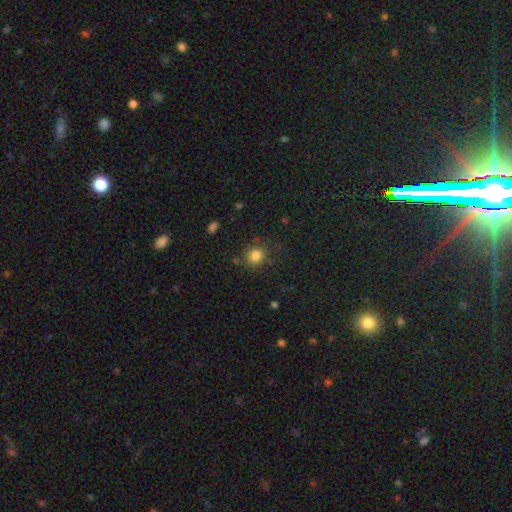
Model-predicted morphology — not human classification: Smooth or featured: smooth — 82% (star or artifact — 12%)
How rounded: round — 87% (in between — 12%)
Merging: none — 79% (minor disturbance — 12%)